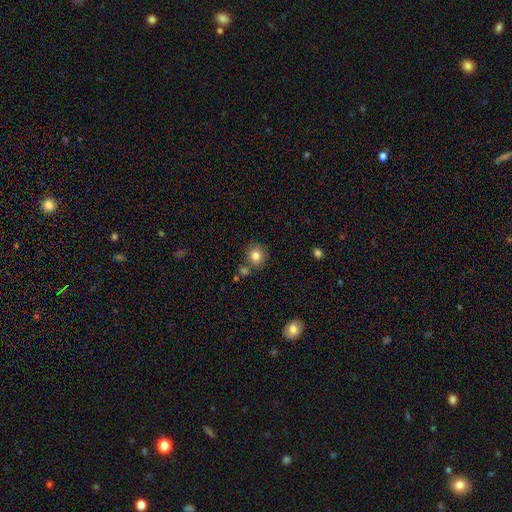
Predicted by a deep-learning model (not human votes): Overall: smooth (82%). How rounded: round (78%). Merging: none (76%).